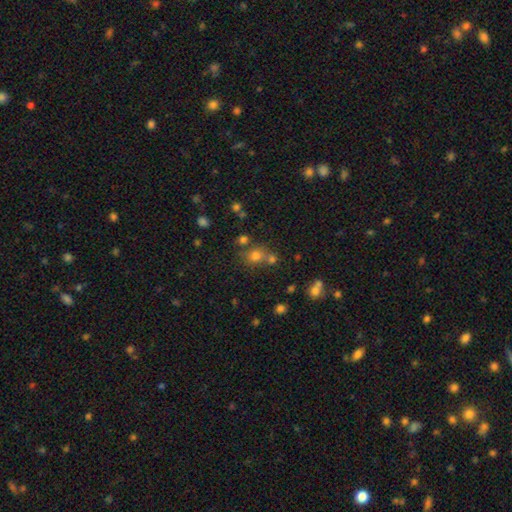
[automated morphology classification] smooth-or-featured: smooth: 71% | star or artifact: 20% | featured or disk: 10%
  how-rounded: round: 77% | in between: 22% | cigar-shaped: 1%
  merging: none: 58% | merger: 27% | minor disturbance: 11% | major disturbance: 4%